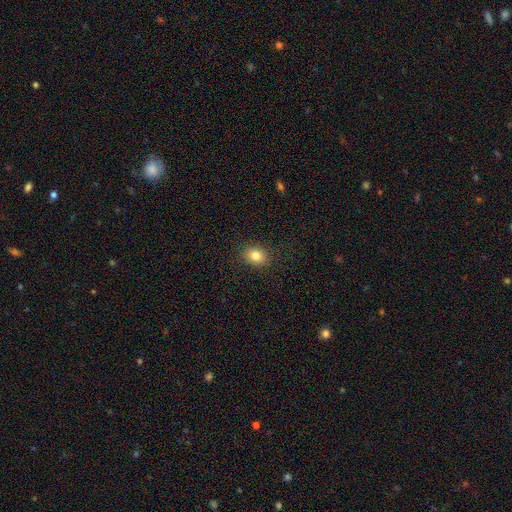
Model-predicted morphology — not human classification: Smooth or featured? Predicted: smooth (p=0.83). How rounded? Predicted: in between (p=0.52). Merging? Predicted: none (p=0.89).